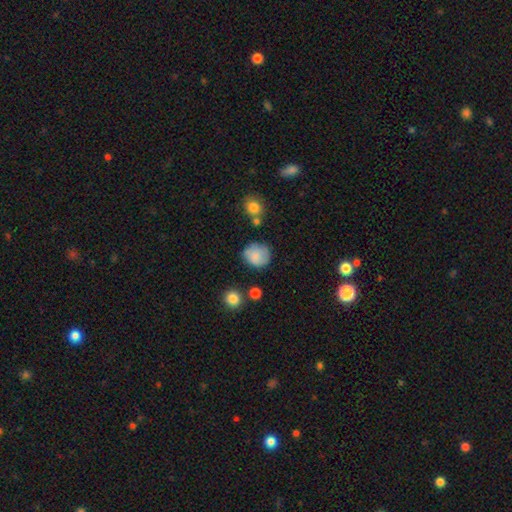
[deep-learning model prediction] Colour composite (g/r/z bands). It shows a smooth galaxy with no disk features (76%) that is round (82%). Merging: none (69%).